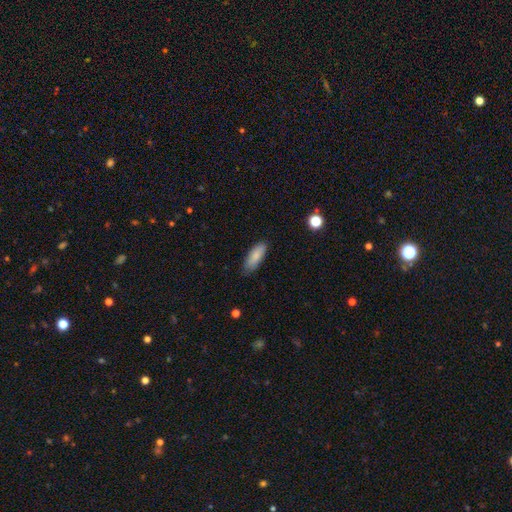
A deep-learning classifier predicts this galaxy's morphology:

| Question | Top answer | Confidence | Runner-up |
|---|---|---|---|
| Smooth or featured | smooth | 85% | featured or disk (9%) |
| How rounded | in between | 69% | cigar-shaped (29%) |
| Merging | none | 78% | minor disturbance (17%) |